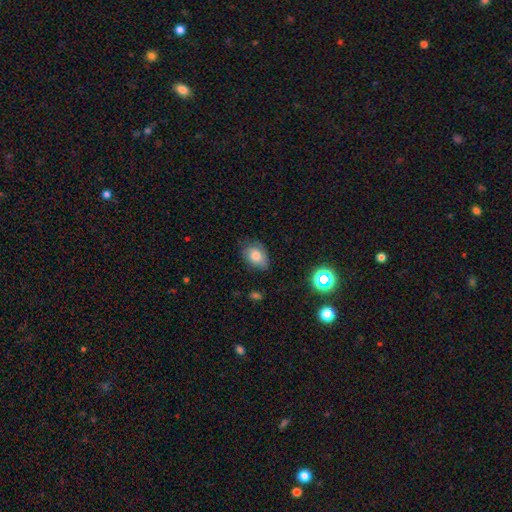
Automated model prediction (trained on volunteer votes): smooth 72%, featured or disk 17%, star or artifact 11%. Down the decision tree: how rounded — in between (77%); merging — none (66%).